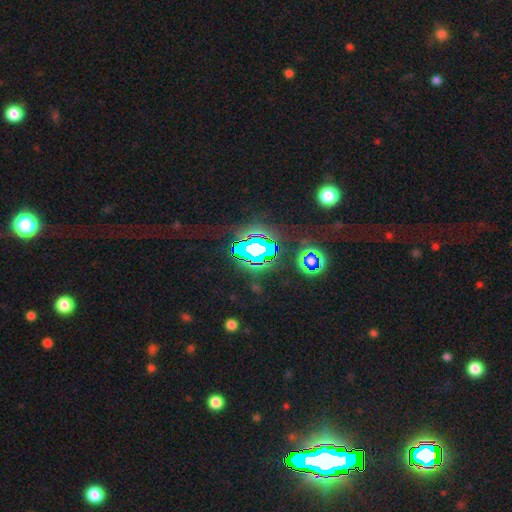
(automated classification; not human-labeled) Smooth or featured? Predicted: star or artifact (p=0.71).